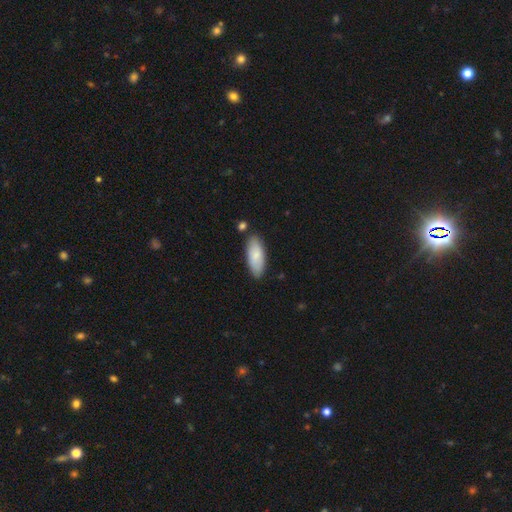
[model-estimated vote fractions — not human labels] smooth 82%, featured or disk 12%, star or artifact 5%. Down the decision tree: how rounded — in between (80%); merging — none (82%).